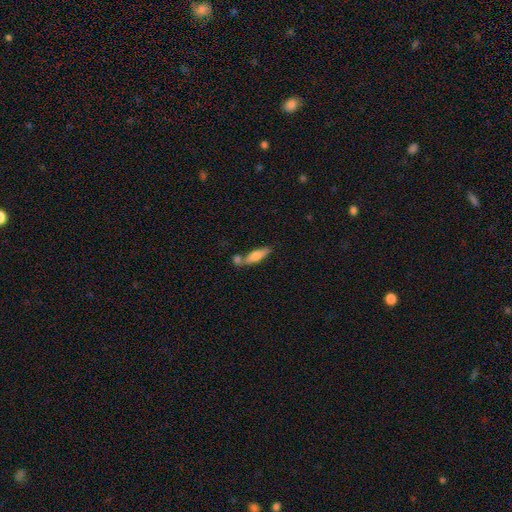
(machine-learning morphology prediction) smooth-or-featured: smooth: 65% | featured or disk: 29% | star or artifact: 6%
  how-rounded: cigar-shaped: 57% | in between: 41% | round: 3%
  merging: none: 53% | merger: 29% | minor disturbance: 13% | major disturbance: 4%